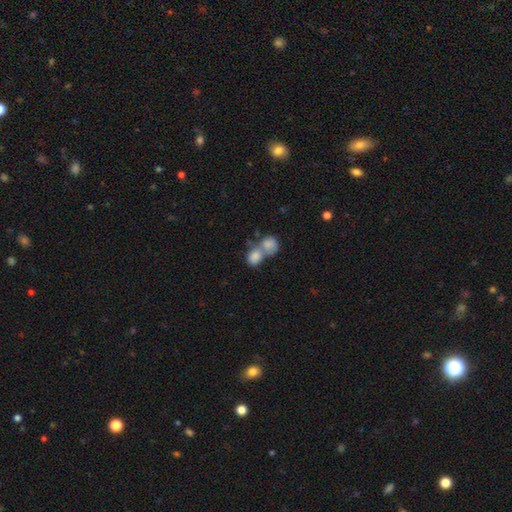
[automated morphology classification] smooth-or-featured: smooth: 79% | featured or disk: 12% | star or artifact: 9%
  how-rounded: round: 62% | in between: 36% | cigar-shaped: 2%
  merging: merger: 67% | none: 23% | minor disturbance: 6% | major disturbance: 4%